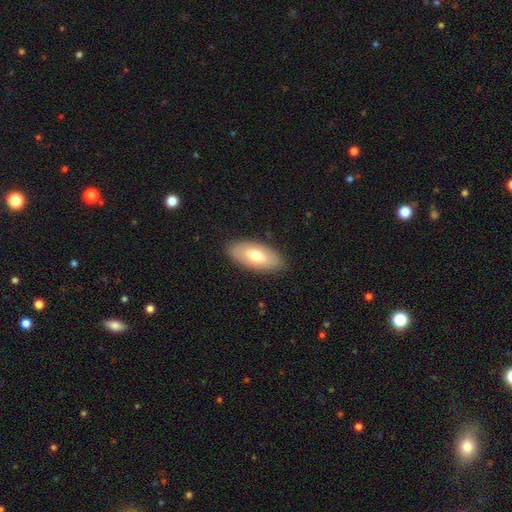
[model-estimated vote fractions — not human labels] smooth-or-featured: smooth: 68% | featured or disk: 27% | star or artifact: 6%
  how-rounded: in between: 90% | cigar-shaped: 8% | round: 2%
  merging: none: 86% | minor disturbance: 10% | major disturbance: 3% | merger: 1%